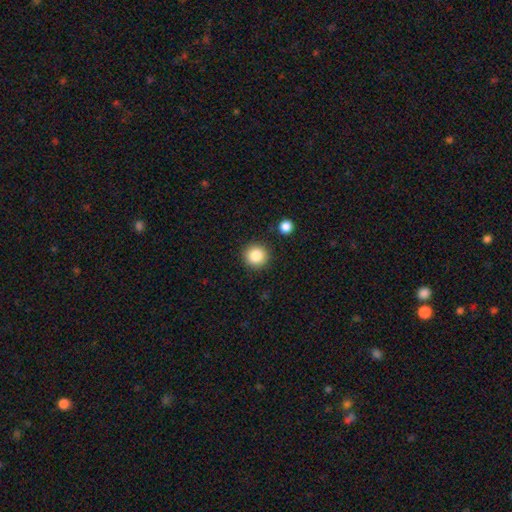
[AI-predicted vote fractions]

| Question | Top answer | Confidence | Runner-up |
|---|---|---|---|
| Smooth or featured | smooth | 85% | star or artifact (10%) |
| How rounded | round | 94% | in between (5%) |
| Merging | none | 89% | minor disturbance (6%) |